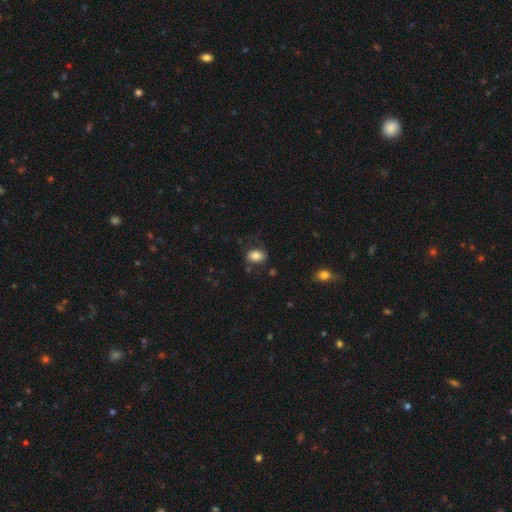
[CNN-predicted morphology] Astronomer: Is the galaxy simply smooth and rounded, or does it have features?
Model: smooth — 81%.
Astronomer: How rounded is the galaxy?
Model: in between — 75%.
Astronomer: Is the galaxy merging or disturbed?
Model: none — 74%.